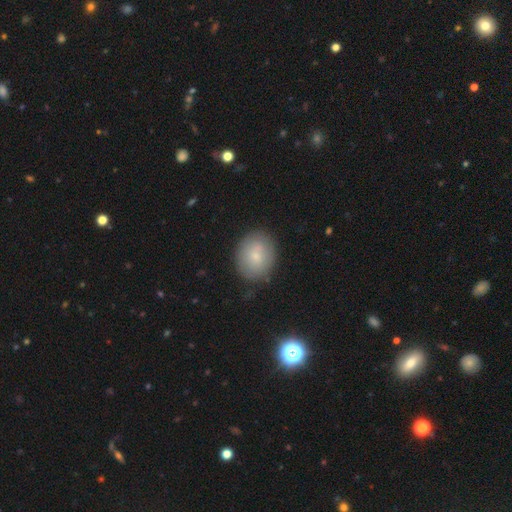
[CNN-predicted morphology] smooth_or_featured: smooth (p=0.75) [alt: featured or disk p=0.17]
how_rounded: in between (p=0.53) [alt: round p=0.46]
merging: none (p=0.80) [alt: minor disturbance p=0.14]